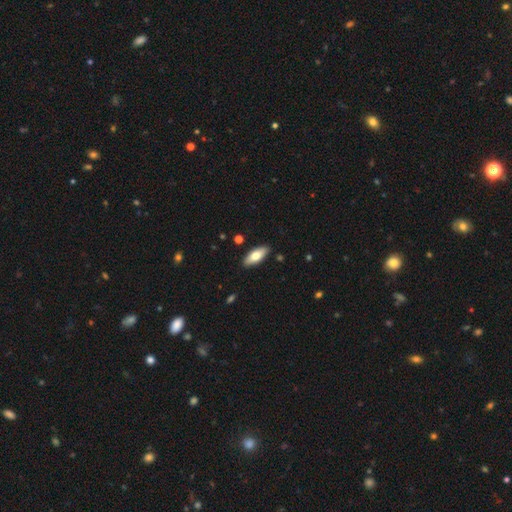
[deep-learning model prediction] smooth_or_featured: smooth (p=0.71) [alt: featured or disk p=0.23]
how_rounded: in between (p=0.76) [alt: cigar-shaped p=0.22]
merging: none (p=0.88) [alt: minor disturbance p=0.08]